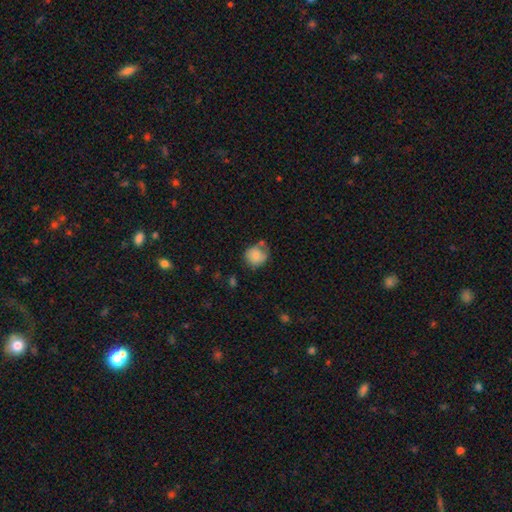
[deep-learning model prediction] Q: Smooth or featured?
A: smooth (80%); runner-up: featured or disk (12%)
Q: How rounded?
A: round (82%); runner-up: in between (17%)
Q: Merging?
A: none (56%); runner-up: minor disturbance (26%)